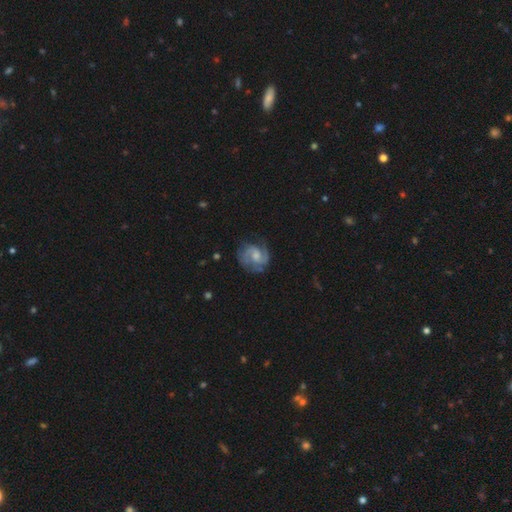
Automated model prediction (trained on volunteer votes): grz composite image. It shows a featured or disk galaxy (82%) with no bar (50%), 2 (68%) medium (48%) spiral arms (95%) and a moderate central bulge (46%). Merging: none (69%).